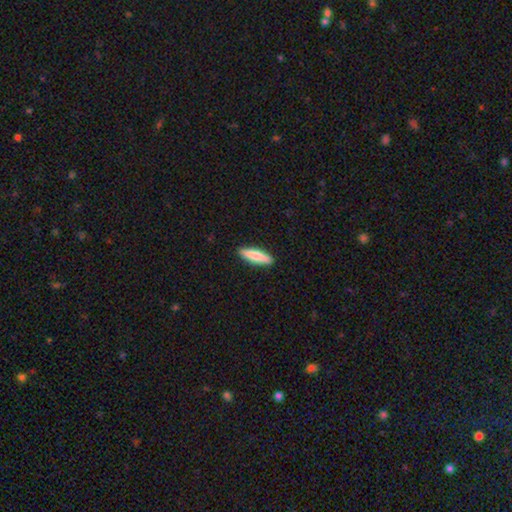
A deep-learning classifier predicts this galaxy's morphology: Q: Smooth or featured?
A: smooth (78%); runner-up: featured or disk (17%)
Q: How rounded?
A: cigar-shaped (75%); runner-up: in between (23%)
Q: Merging?
A: none (90%); runner-up: minor disturbance (8%)